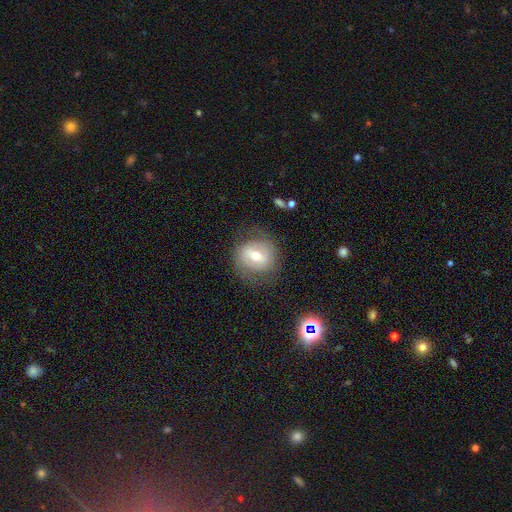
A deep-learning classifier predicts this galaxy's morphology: Overall: featured or disk (51%; smooth 41%). Edge-on disk: no (94%). Merging: none (72%).